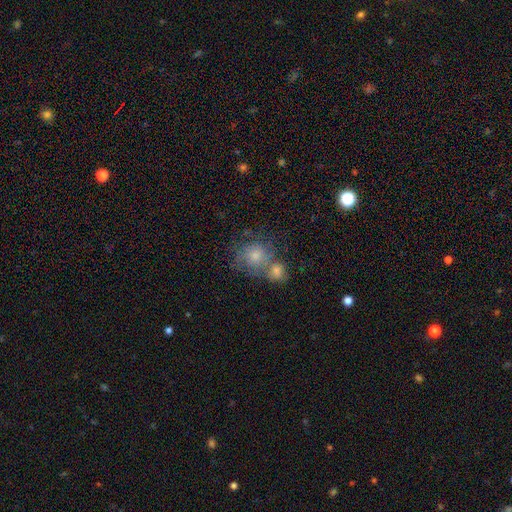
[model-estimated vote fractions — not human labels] Smooth or featured: smooth — 50% (featured or disk — 26%)
How rounded: round — 80% (in between — 18%)
Merging: none — 51% (merger — 34%)